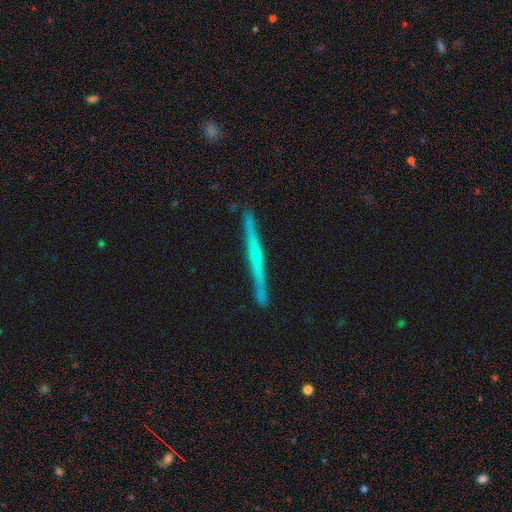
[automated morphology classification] A featured or disk galaxy (73%) viewed edge-on (98%) with a rounded central bulge (53%).

Vote fractions:
- Smooth or featured? featured or disk: 73% / smooth: 21% / star or artifact: 6%
- Edge-on disk? yes: 98% / no: 2%
- Edge-on bulge? rounded: 53% / none: 42% / boxy: 5%
- Merging? none: 91% / minor disturbance: 7% / major disturbance: 1% / merger: 1%